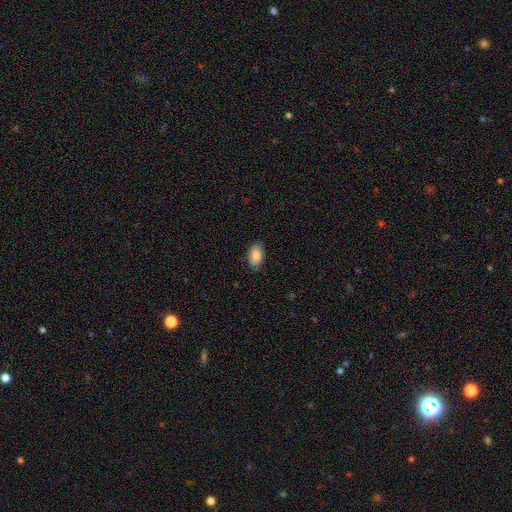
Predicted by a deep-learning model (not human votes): Q: Smooth or featured?
A: smooth (86%); runner-up: star or artifact (7%)
Q: How rounded?
A: in between (91%); runner-up: round (8%)
Q: Merging?
A: none (84%); runner-up: minor disturbance (13%)